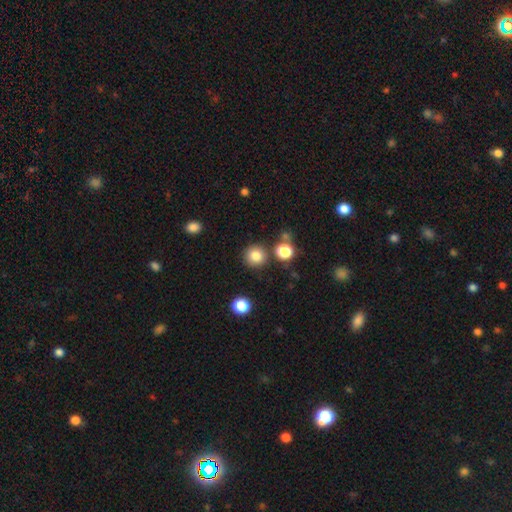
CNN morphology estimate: type=smooth (82%); roundness=round (92%); merging=none (83%).